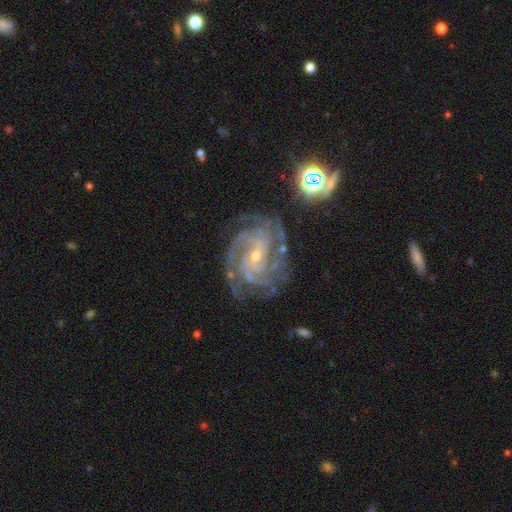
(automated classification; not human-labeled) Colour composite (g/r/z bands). It shows a featured or disk galaxy (91%) with no bar (49%), 4 (32%) tight (71%) spiral arms (99%) and a small central bulge (75%). Merging: none (75%).